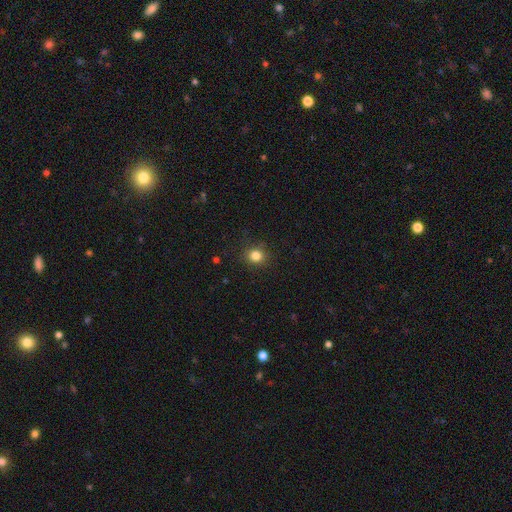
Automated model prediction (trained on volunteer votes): Overall: smooth (82%). How rounded: round (83%). Merging: none (87%).